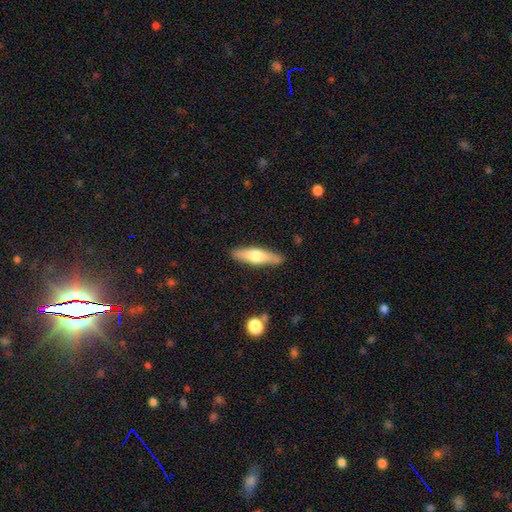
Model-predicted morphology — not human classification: Smooth or featured: smooth — 56% (featured or disk — 39%)
How rounded: cigar-shaped — 67% (in between — 31%)
Merging: none — 86% (minor disturbance — 10%)